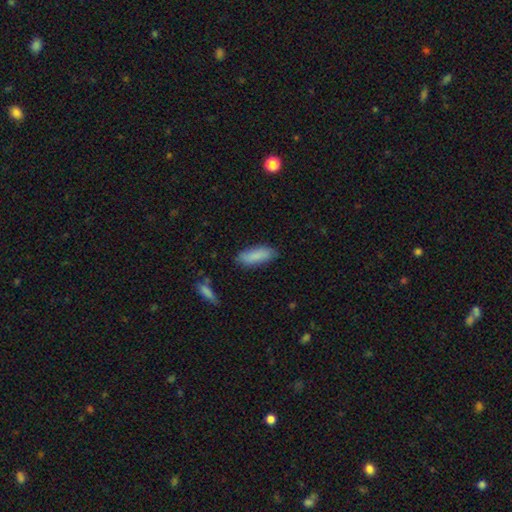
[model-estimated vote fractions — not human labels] Smooth or featured: smooth — 86% (featured or disk — 7%)
How rounded: in between — 60% (cigar-shaped — 38%)
Merging: none — 83% (minor disturbance — 13%)